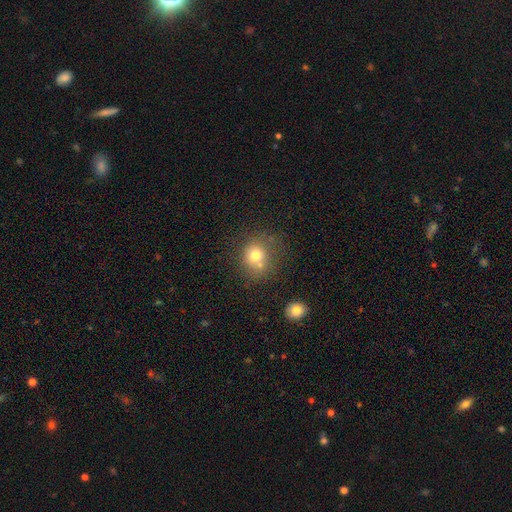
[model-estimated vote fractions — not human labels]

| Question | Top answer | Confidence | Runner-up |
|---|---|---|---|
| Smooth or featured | smooth | 73% | featured or disk (14%) |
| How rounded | round | 80% | in between (19%) |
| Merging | none | 52% | merger (27%) |